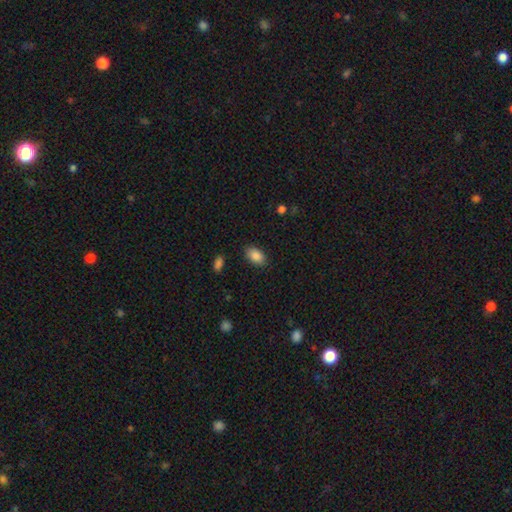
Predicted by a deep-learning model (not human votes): A smooth galaxy with no disk features (88%) that is in between round and cigar-shaped (92%). Merging: none (86%).